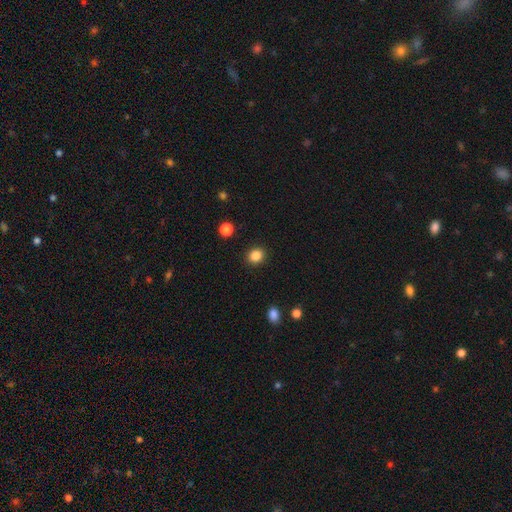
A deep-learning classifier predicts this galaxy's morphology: This is clearly a smooth galaxy (86%). How rounded: likely round (74%). Merging: clearly none (91%).